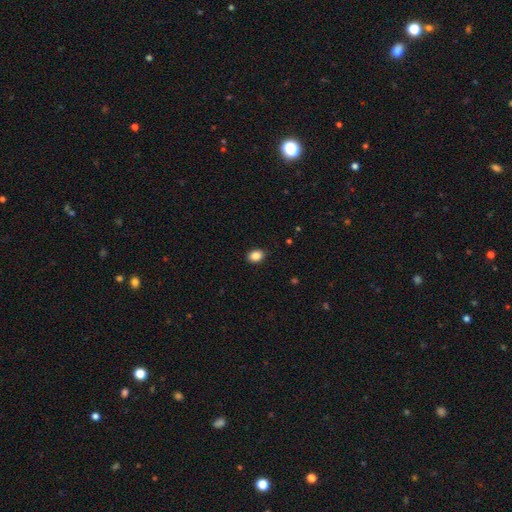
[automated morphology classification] A smooth galaxy with no disk features (88%) that is in between round and cigar-shaped (72%). Merging: none (89%).